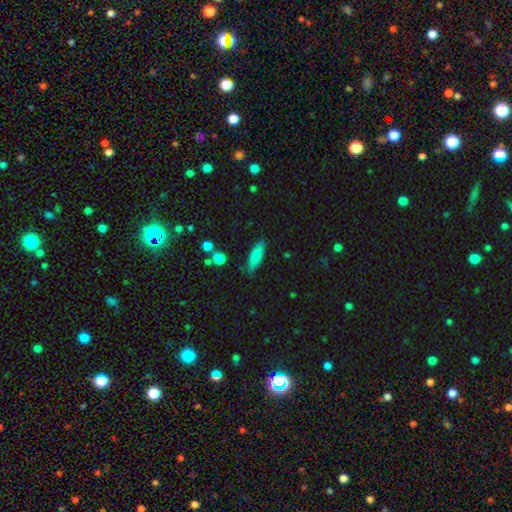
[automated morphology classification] A smooth galaxy with no disk features (82%) that is in between round and cigar-shaped (49%). Merging: none (82%).